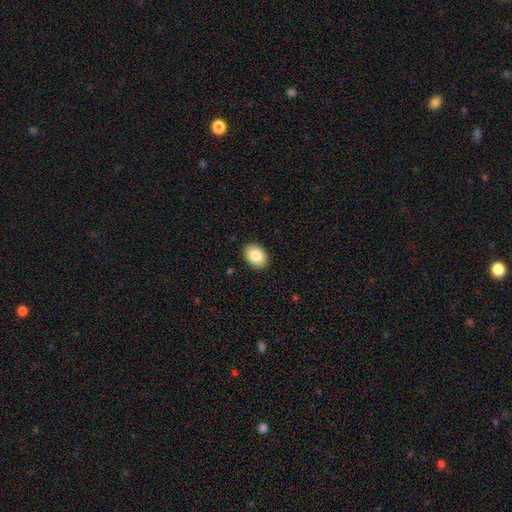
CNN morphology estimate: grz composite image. It shows a smooth galaxy with no disk features (85%) that is in between round and cigar-shaped (75%). Merging: none (89%).